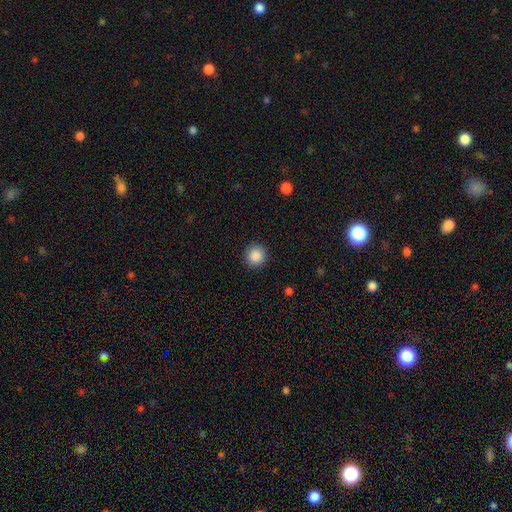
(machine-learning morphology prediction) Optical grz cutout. It shows a smooth galaxy with no disk features (88%) that is round (95%). Merging: none (92%).